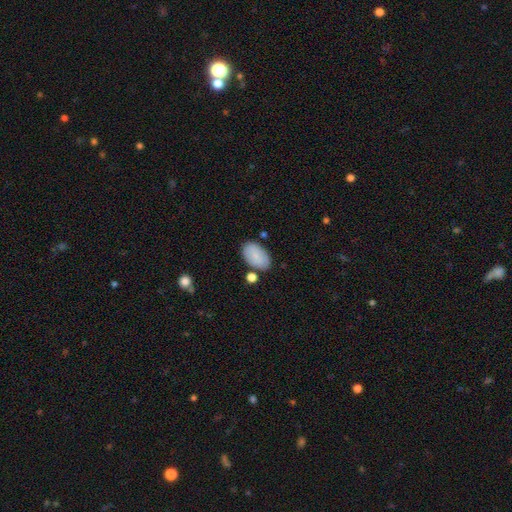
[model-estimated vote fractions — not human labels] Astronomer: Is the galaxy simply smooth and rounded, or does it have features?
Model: smooth — 84%.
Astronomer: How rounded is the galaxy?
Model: in between — 94%.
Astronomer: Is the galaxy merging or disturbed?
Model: none — 73%.